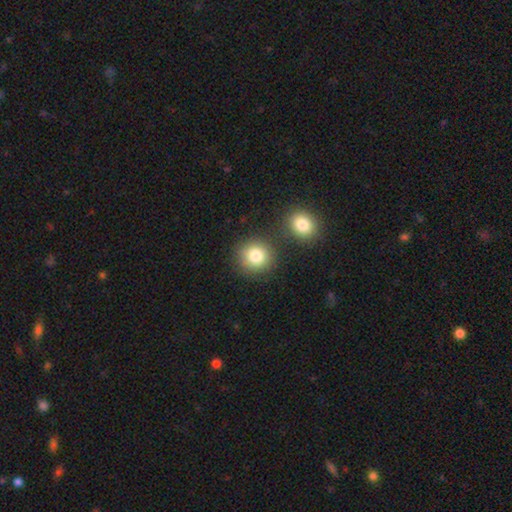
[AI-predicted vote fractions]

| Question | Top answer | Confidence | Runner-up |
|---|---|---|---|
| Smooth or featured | smooth | 82% | star or artifact (10%) |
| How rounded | round | 88% | in between (12%) |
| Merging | none | 74% | merger (14%) |